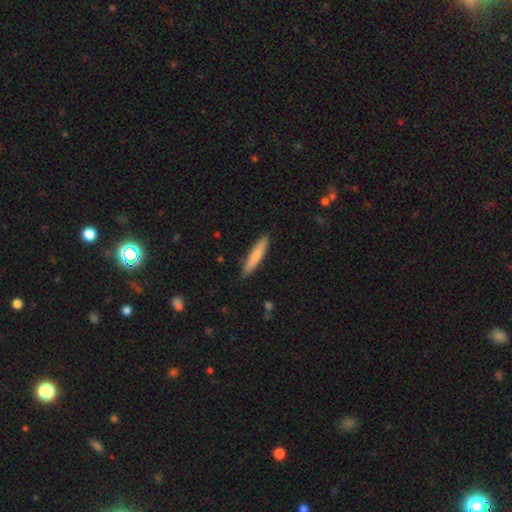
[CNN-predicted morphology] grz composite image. It shows a smooth galaxy with no disk features (76%) that is cigar-shaped (90%). Merging: none (88%).